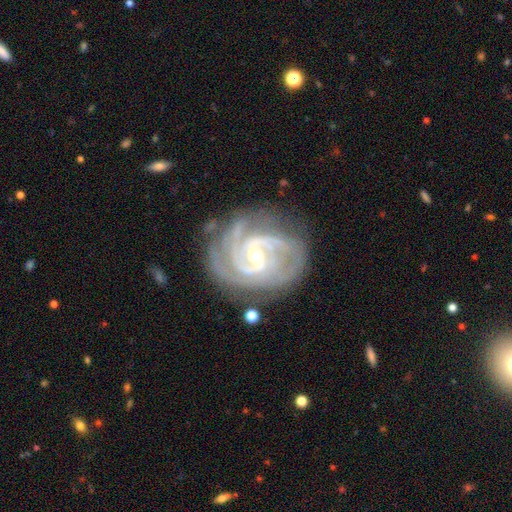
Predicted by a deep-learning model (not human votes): Morphology: type=featured or disk (92%); edge-on=no (98%); bar=weak (48%); spiral arms=yes (98%); winding=tight (62%); arm count=3 (35%); bulge=small (53%); merging=none (71%).